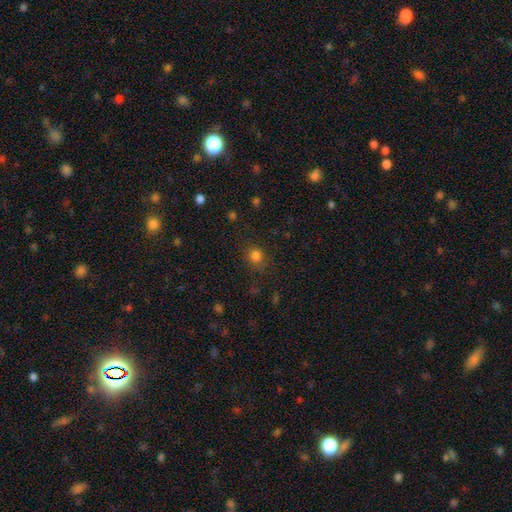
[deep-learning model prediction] The model was most divided on "smooth or featured": smooth: 80%, star or artifact: 15%, featured or disk: 5%. More confident: how rounded — round (83%); merging — none (83%).